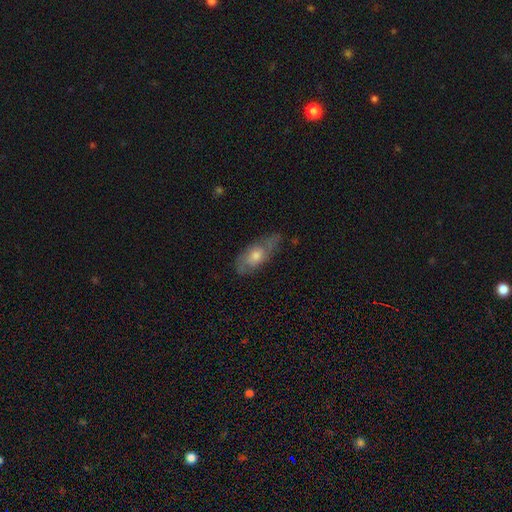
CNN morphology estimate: Overall: smooth (46%, tied with featured or disk). Merging: none (61%; minor disturbance 27%).